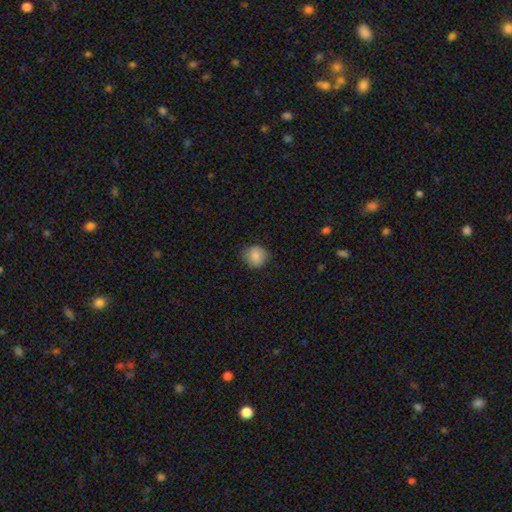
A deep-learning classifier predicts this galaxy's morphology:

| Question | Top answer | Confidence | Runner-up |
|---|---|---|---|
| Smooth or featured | smooth | 85% | star or artifact (8%) |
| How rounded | round | 86% | in between (13%) |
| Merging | none | 83% | minor disturbance (13%) |